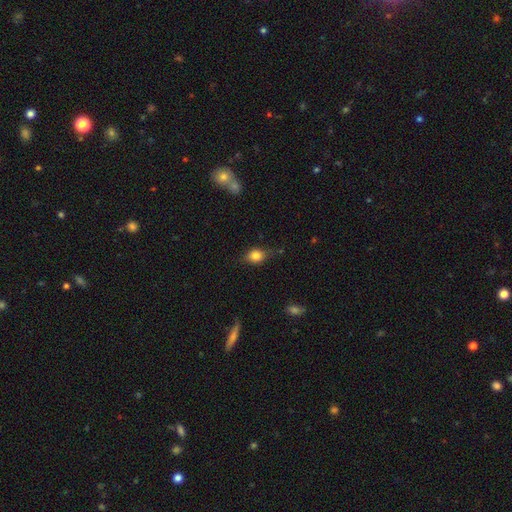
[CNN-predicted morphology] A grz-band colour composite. It shows a smooth galaxy with no disk features (77%) that is in between round and cigar-shaped (50%). Merging: none (66%).